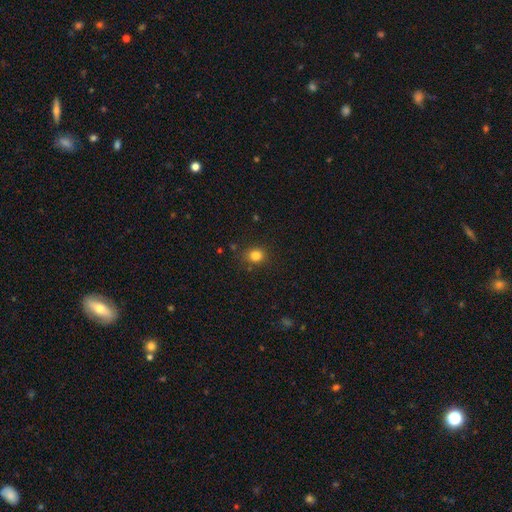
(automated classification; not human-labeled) Smooth or featured? smooth (82%)
How rounded? round (71%)
Merging? none (84%)